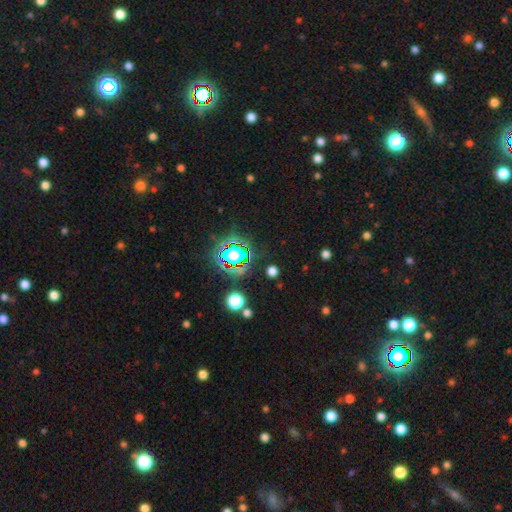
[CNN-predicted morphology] Overall: star or artifact (78%).